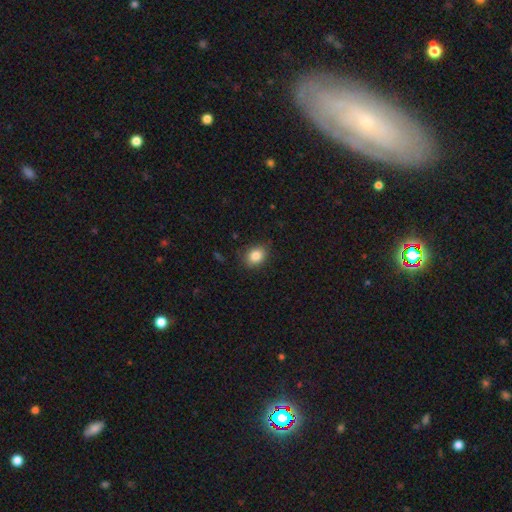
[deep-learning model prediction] Overall: smooth (84%). How rounded: in between (56%; round 43%). Merging: none (82%).